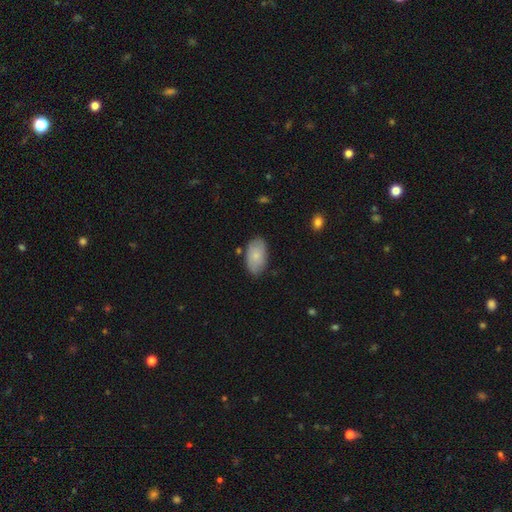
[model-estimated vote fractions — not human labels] Smooth or featured? smooth (78%)
How rounded? in between (94%)
Merging? none (78%)